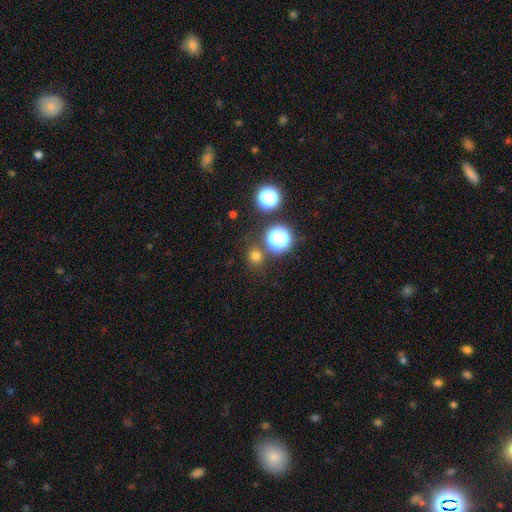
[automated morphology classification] Overall: smooth (70%). How rounded: round (91%). Merging: none (83%).